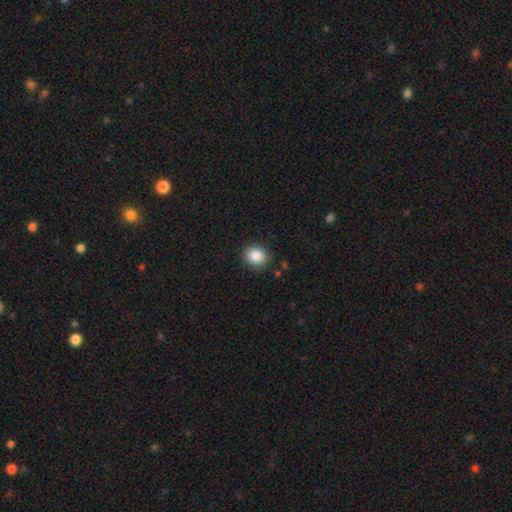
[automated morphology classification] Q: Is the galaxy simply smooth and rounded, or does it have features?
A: smooth — 86%.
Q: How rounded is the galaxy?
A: round — 74%.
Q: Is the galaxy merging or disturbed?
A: none — 87%.